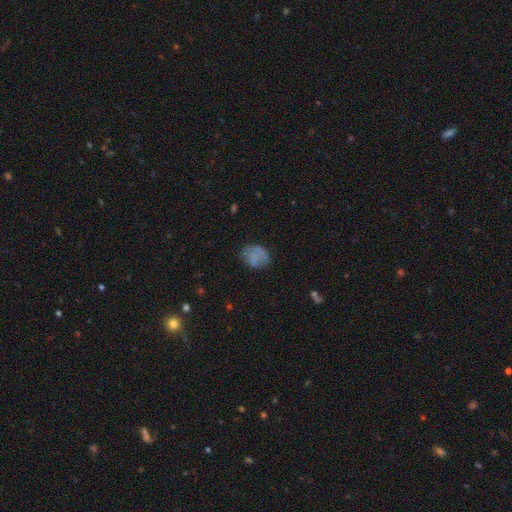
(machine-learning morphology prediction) The model was most divided on "how rounded": in between: 60%, round: 39%, cigar-shaped: 1%. More confident: smooth or featured — smooth (68%); merging — none (61%).